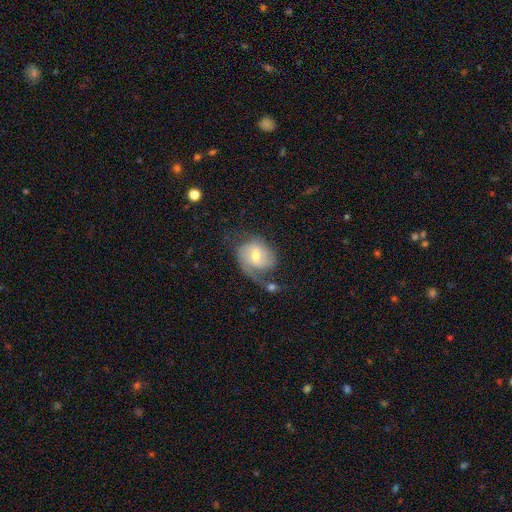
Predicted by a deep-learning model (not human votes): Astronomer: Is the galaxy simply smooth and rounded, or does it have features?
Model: featured or disk — 60%.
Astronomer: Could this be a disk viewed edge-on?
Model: no — 96%.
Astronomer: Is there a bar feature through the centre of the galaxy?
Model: no — 46% (runner-up: weak, 44%).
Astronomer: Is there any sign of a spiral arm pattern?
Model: yes — 81%.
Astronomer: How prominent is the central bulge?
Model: moderate — 63%.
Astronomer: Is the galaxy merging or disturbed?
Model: none — 38% (runner-up: major disturbance, 28%).